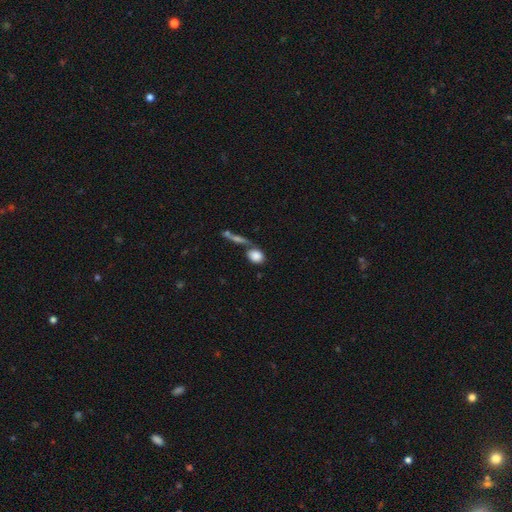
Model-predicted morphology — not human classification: This is clearly a smooth galaxy (82%). How rounded: possibly round (56%). Merging: possibly none (53%).